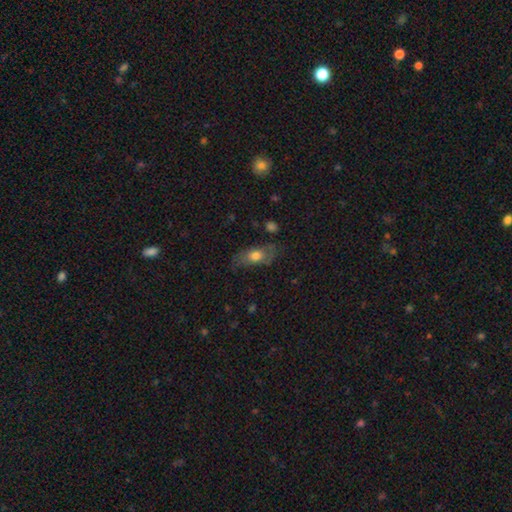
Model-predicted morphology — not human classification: type=smooth (66%); roundness=in between (79%); merging=none (61%).